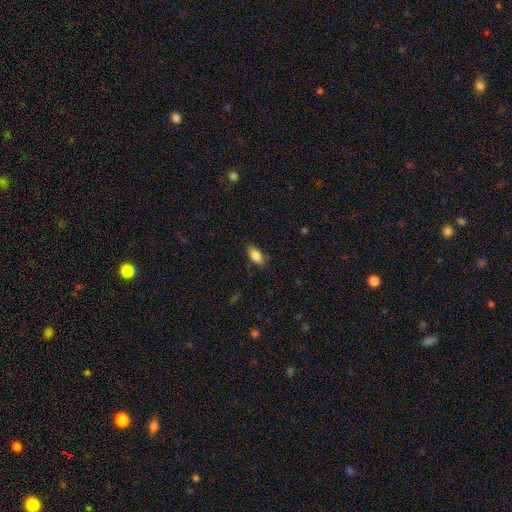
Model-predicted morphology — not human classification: Q: Smooth or featured?
A: smooth (83%); runner-up: featured or disk (9%)
Q: How rounded?
A: in between (89%); runner-up: cigar-shaped (8%)
Q: Merging?
A: none (82%); runner-up: minor disturbance (14%)